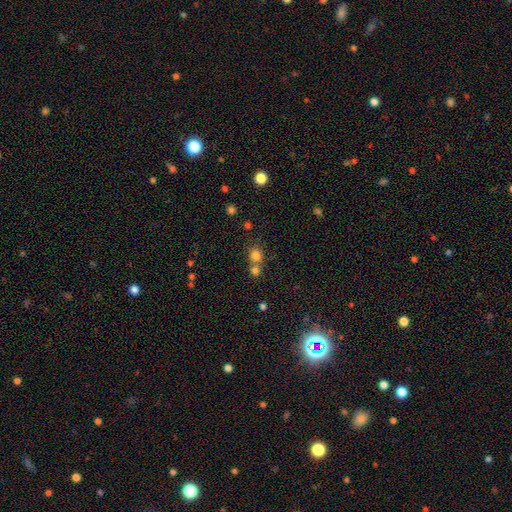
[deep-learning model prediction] smooth_or_featured: smooth (p=0.78) [alt: star or artifact p=0.15]
how_rounded: round (p=0.84) [alt: in between p=0.15]
merging: none (p=0.49) [alt: merger p=0.42]